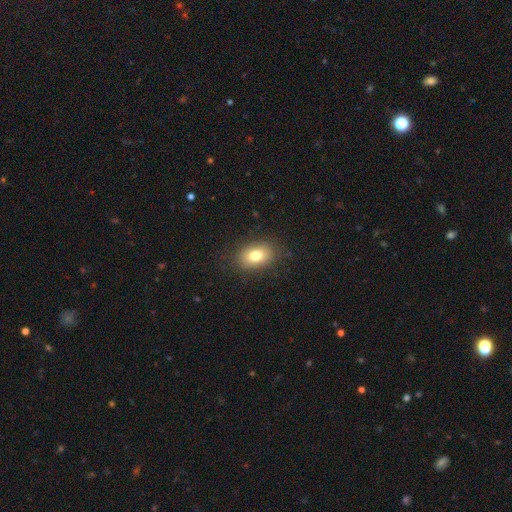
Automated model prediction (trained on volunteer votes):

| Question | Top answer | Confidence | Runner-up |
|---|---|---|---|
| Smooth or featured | smooth | 79% | featured or disk (11%) |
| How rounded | in between | 80% | round (19%) |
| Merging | none | 84% | minor disturbance (11%) |